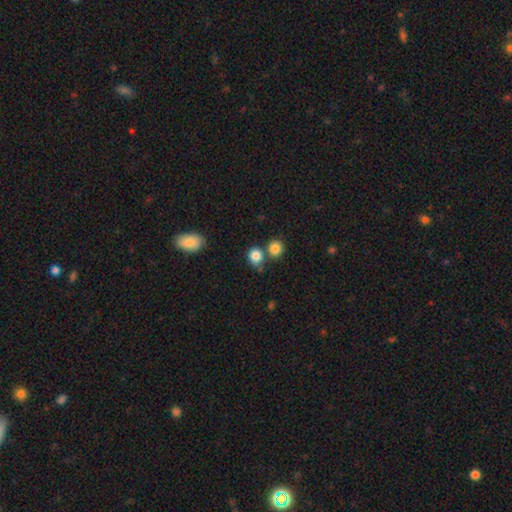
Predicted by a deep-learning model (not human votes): Smooth or featured? Predicted: smooth (p=0.84). How rounded? Predicted: round (p=0.76). Merging? Predicted: none (p=0.59).